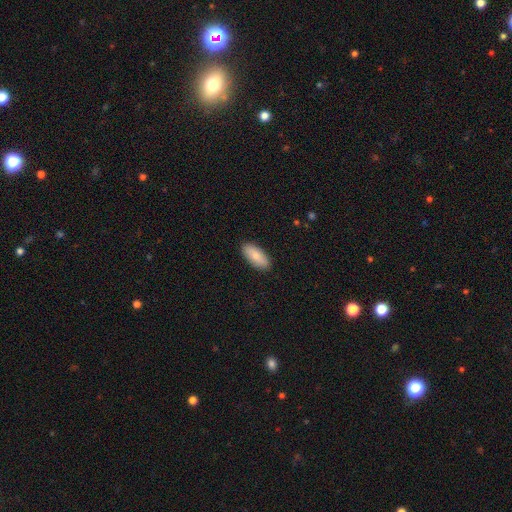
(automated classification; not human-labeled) This is clearly a smooth galaxy (81%). How rounded: clearly in between (87%). Merging: clearly none (89%).